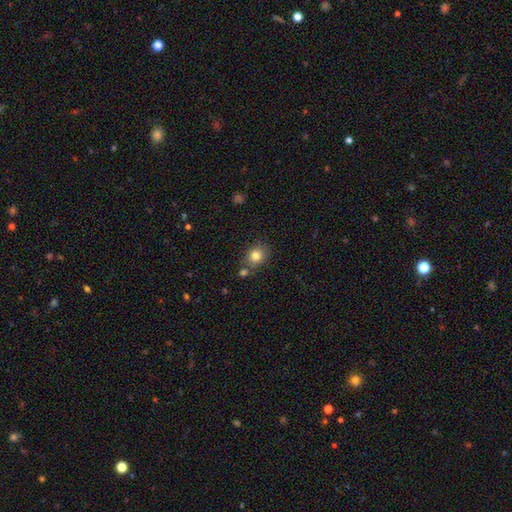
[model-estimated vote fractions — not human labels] This is clearly a smooth galaxy (81%). How rounded: likely round (63%). Merging: likely none (72%).